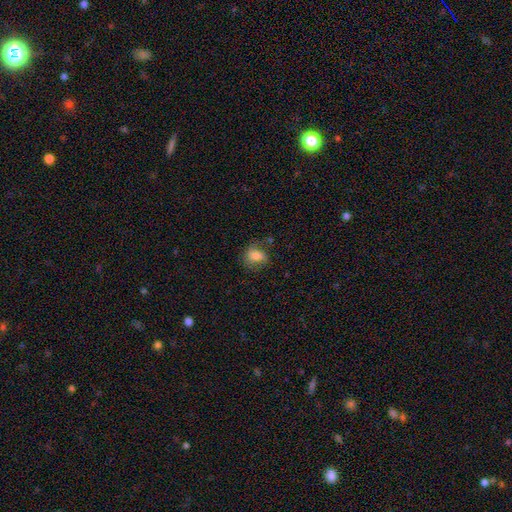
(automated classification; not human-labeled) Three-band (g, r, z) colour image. It shows a smooth galaxy with no disk features (72%) that is in between round and cigar-shaped (50%). Merging: none (60%).